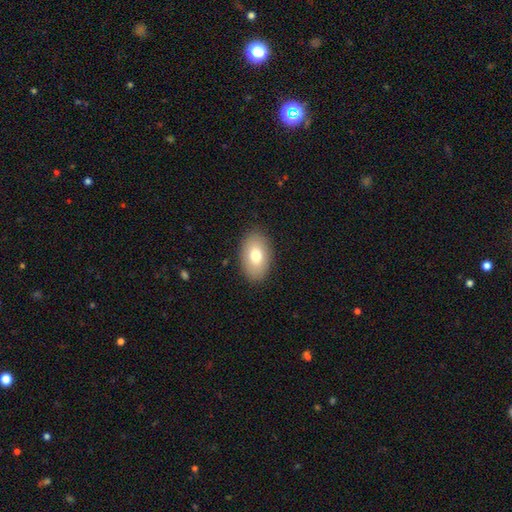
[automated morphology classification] Smooth or featured? Predicted: smooth (p=0.76). How rounded? Predicted: in between (p=0.90). Merging? Predicted: none (p=0.88).